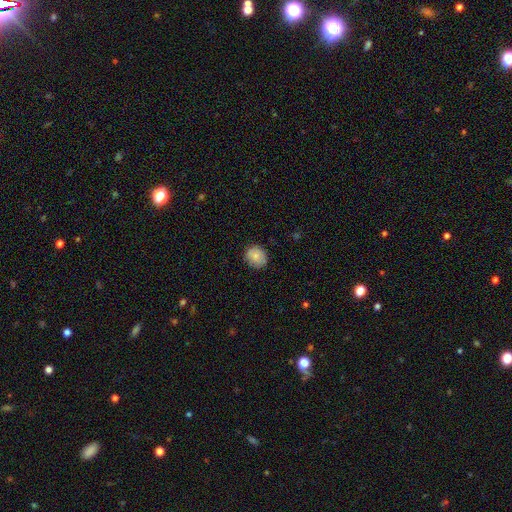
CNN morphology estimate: A smooth galaxy with no disk features (77%) that is round (77%). Merging: none (82%).